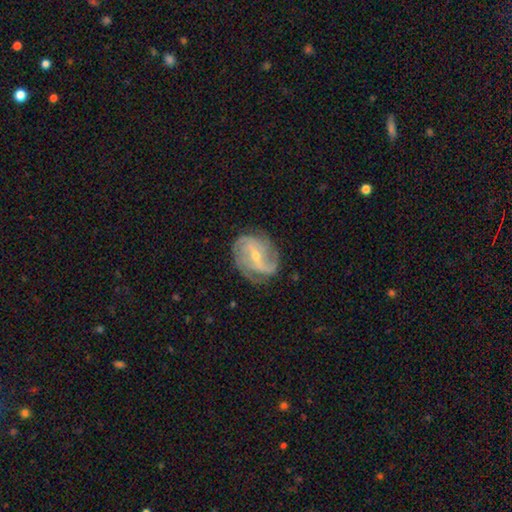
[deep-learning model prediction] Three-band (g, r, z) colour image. It shows a featured or disk galaxy (87%) with a weak bar (43%), 2 (42%) medium (45%) spiral arms (96%) and a small central bulge (59%). Merging: none (72%).